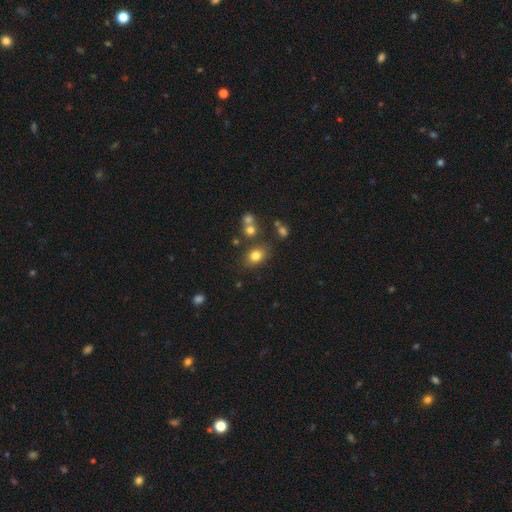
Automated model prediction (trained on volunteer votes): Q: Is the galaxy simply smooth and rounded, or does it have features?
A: smooth — 79%.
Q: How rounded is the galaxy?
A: in between — 60%.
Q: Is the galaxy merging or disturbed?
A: none — 76%.